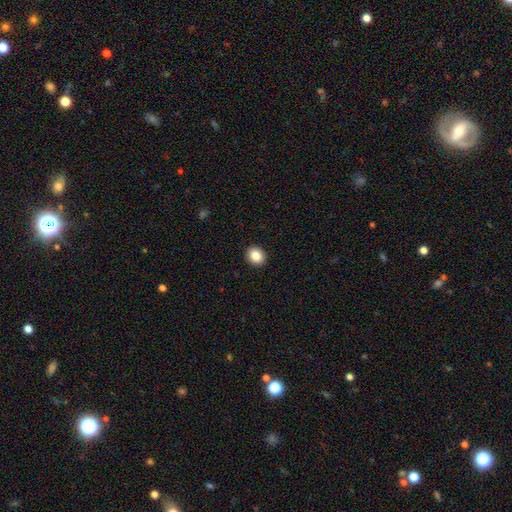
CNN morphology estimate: Q: Smooth or featured?
A: smooth (85%); runner-up: star or artifact (9%)
Q: How rounded?
A: round (71%); runner-up: in between (28%)
Q: Merging?
A: none (93%); runner-up: minor disturbance (5%)